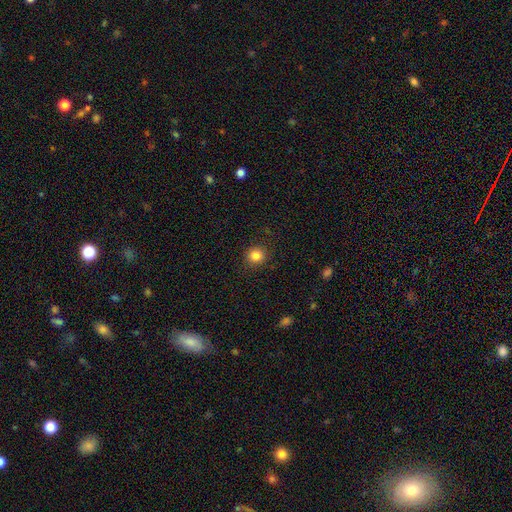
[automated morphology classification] A smooth galaxy with no disk features (84%) that is round (90%).

Vote fractions:
- Smooth or featured? smooth: 84% / star or artifact: 11% / featured or disk: 5%
- How rounded? round: 90% / in between: 9% / cigar-shaped: 1%
- Merging? none: 90% / minor disturbance: 7% / major disturbance: 2% / merger: 1%